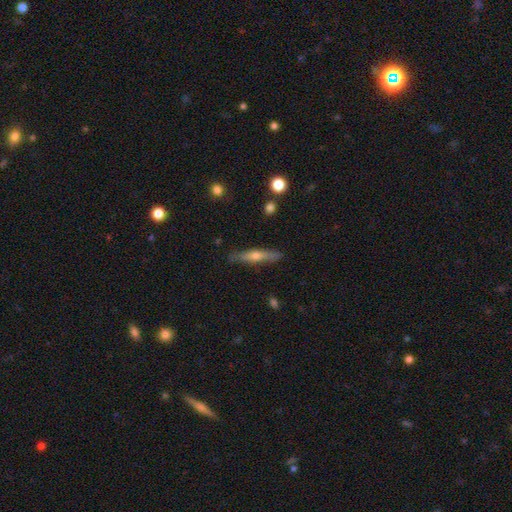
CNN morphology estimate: smooth_or_featured: featured or disk (p=0.58) [alt: smooth p=0.35]
disk_edge_on: yes (p=0.94) [alt: no p=0.06]
edge_on_bulge: rounded (p=0.85) [alt: none p=0.12]
merging: none (p=0.88) [alt: minor disturbance p=0.09]